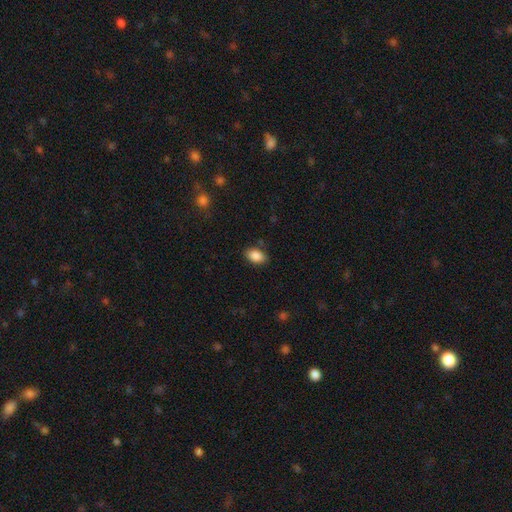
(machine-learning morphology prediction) A smooth galaxy with no disk features (88%) that is in between round and cigar-shaped (89%). Merging: none (84%).